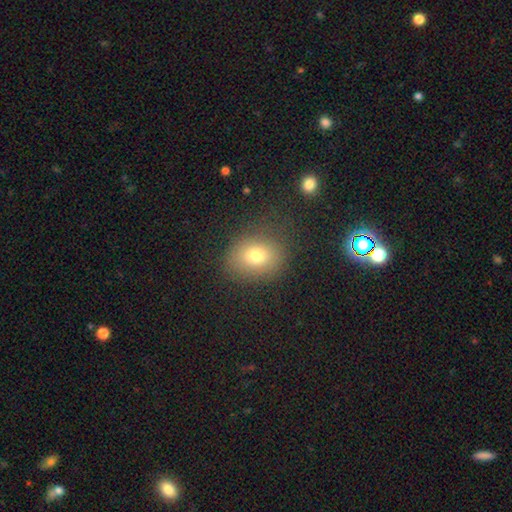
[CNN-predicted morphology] A smooth galaxy with no disk features (75%) that is round (53%).

Vote fractions:
- Smooth or featured? smooth: 75% / star or artifact: 13% / featured or disk: 12%
- How rounded? round: 53% / in between: 46% / cigar-shaped: 1%
- Merging? none: 79% / minor disturbance: 13% / major disturbance: 6% / merger: 2%